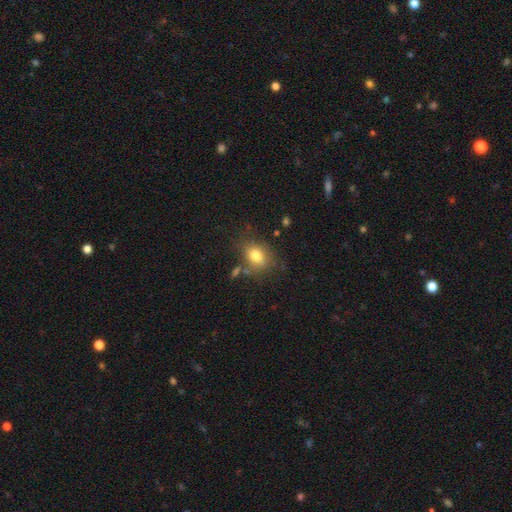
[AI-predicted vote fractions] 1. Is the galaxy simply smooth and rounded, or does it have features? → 78% smooth, 12% featured or disk, 10% star or artifact.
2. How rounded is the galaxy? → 67% in between, 32% round, 2% cigar-shaped.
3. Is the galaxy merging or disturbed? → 66% none, 20% minor disturbance, 7% merger, 7% major disturbance.